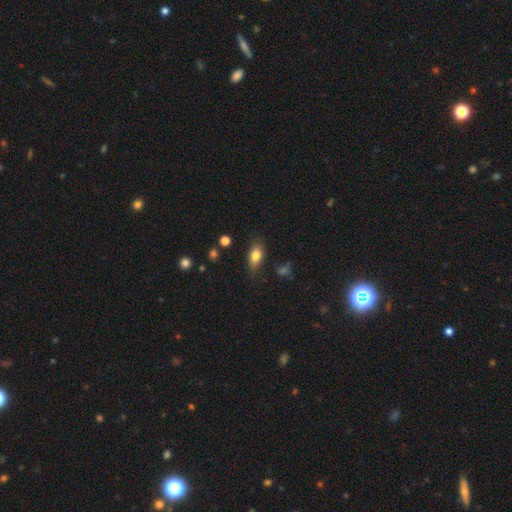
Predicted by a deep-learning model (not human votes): Smooth or featured? smooth (80%)
How rounded? in between (83%)
Merging? none (76%)